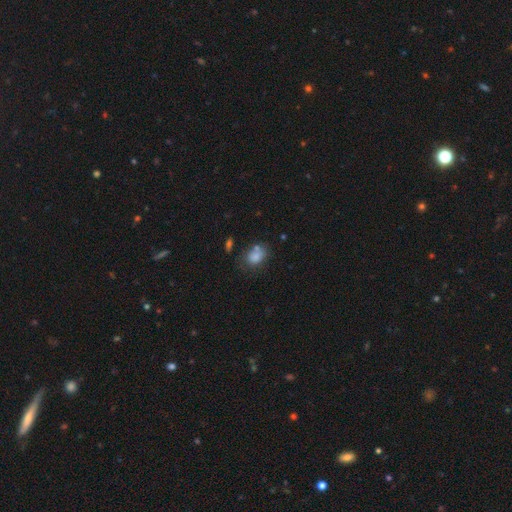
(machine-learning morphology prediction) smooth-or-featured: smooth: 79% | featured or disk: 11% | star or artifact: 10%
  how-rounded: in between: 74% | round: 25% | cigar-shaped: 1%
  merging: none: 48% | minor disturbance: 25% | merger: 15% | major disturbance: 12%